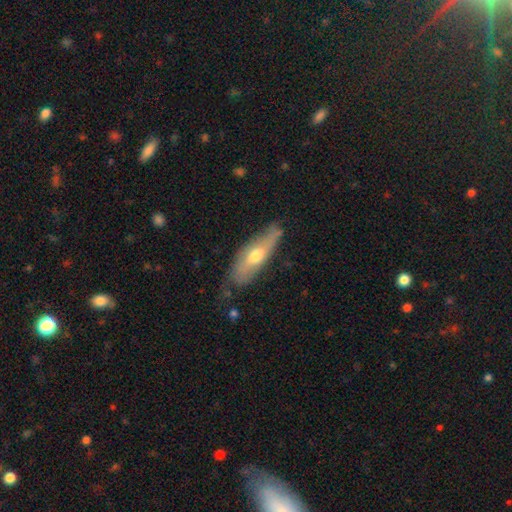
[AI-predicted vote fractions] A smooth galaxy with no disk features (48%). Merging: none (63%).